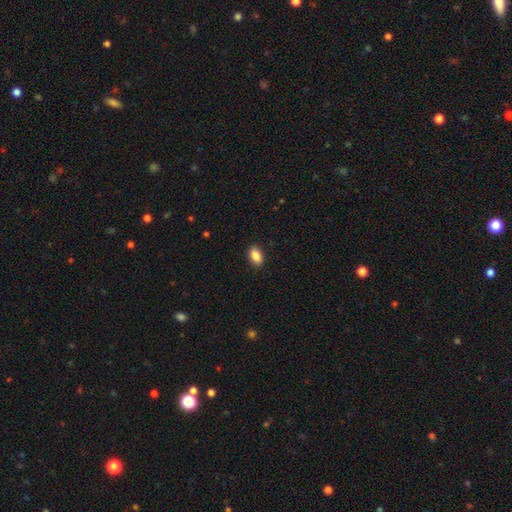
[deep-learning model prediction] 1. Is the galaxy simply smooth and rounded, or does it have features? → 88% smooth, 8% star or artifact, 4% featured or disk.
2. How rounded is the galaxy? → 90% in between, 8% round, 2% cigar-shaped.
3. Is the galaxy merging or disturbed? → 89% none, 8% minor disturbance, 2% major disturbance, 1% merger.